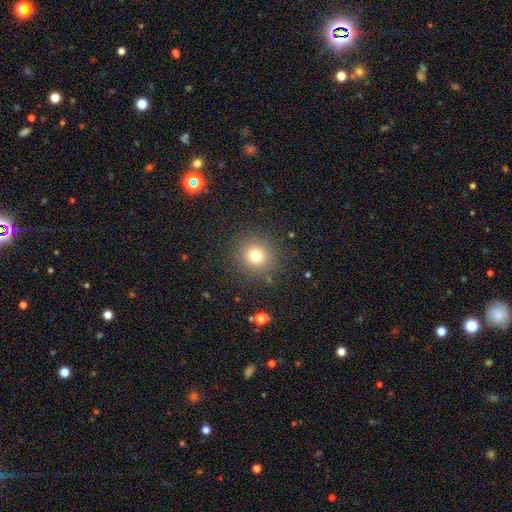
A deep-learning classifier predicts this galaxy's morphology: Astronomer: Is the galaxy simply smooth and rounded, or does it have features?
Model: smooth — 75%.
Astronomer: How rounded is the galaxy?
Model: round — 92%.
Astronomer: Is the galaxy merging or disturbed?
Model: none — 88%.